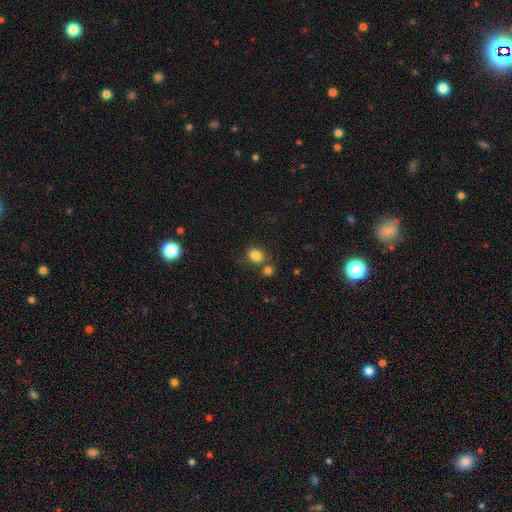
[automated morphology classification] Smooth or featured: smooth — 83% (star or artifact — 12%)
How rounded: round — 59% (in between — 40%)
Merging: none — 68% (merger — 17%)